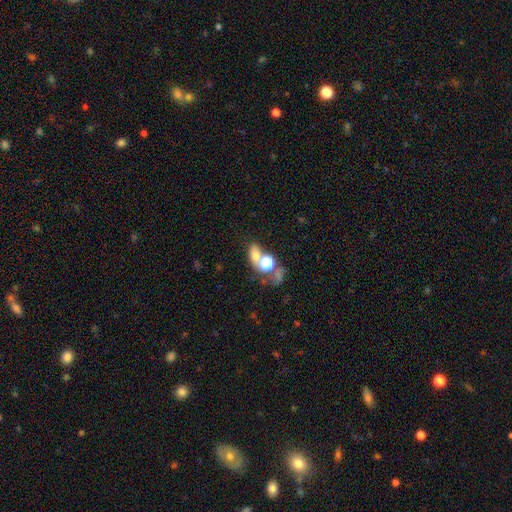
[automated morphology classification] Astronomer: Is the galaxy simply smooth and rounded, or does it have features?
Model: smooth — 63%.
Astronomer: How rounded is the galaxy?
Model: in between — 54% (runner-up: round, 43%).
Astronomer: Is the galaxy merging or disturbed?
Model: merger — 44% (runner-up: none, 38%).